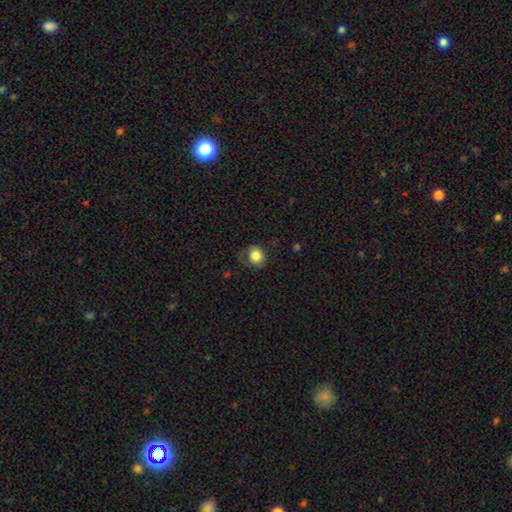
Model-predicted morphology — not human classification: Smooth or featured? Predicted: smooth (p=0.83). How rounded? Predicted: round (p=0.70). Merging? Predicted: none (p=0.65).